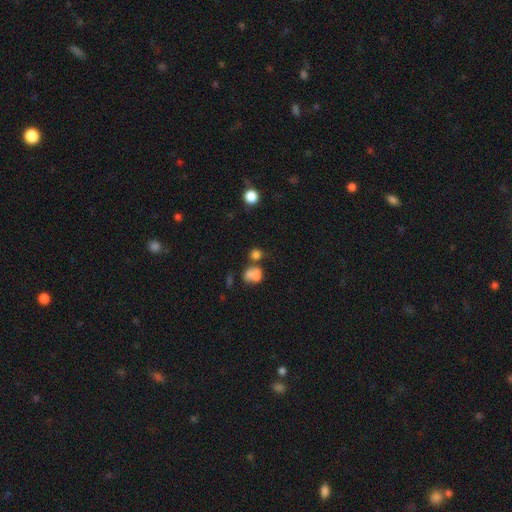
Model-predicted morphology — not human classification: smooth-or-featured: smooth: 56% | star or artifact: 27% | featured or disk: 17%
  how-rounded: round: 72% | in between: 26% | cigar-shaped: 2%
  merging: none: 48% | merger: 33% | minor disturbance: 12% | major disturbance: 8%